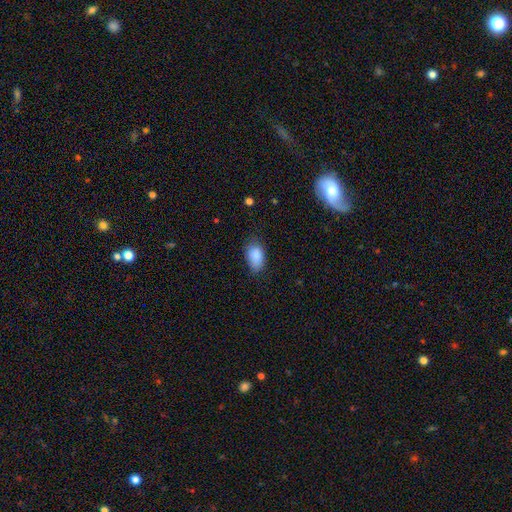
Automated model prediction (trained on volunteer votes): Morphology: type=smooth (87%); roundness=in between (91%); merging=none (64%).